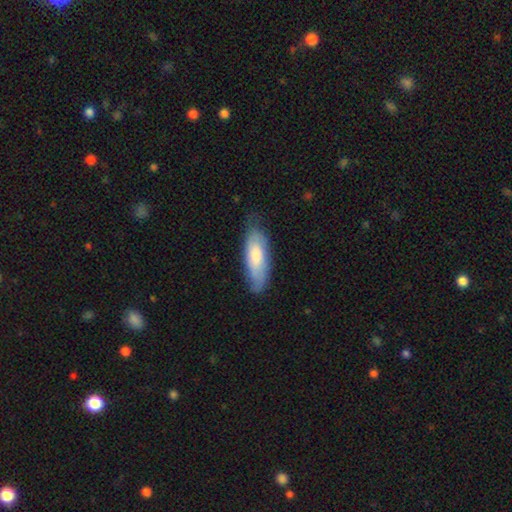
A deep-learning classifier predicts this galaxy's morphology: type=smooth (63%); roundness=in between (64%); merging=none (66%).